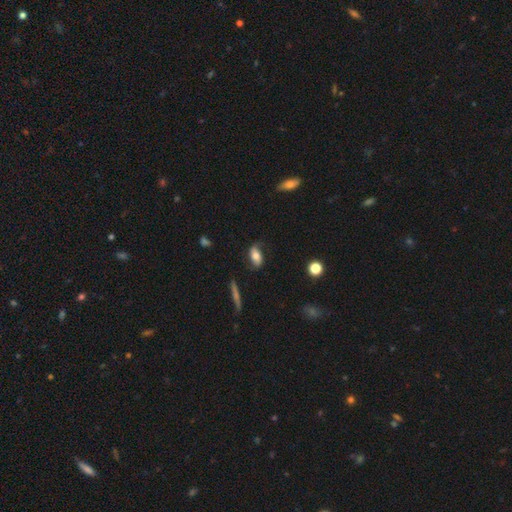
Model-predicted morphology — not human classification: This appears to be a smooth galaxy with no disk features (58%) that is in between round and cigar-shaped (87%). Merging: none (66%).